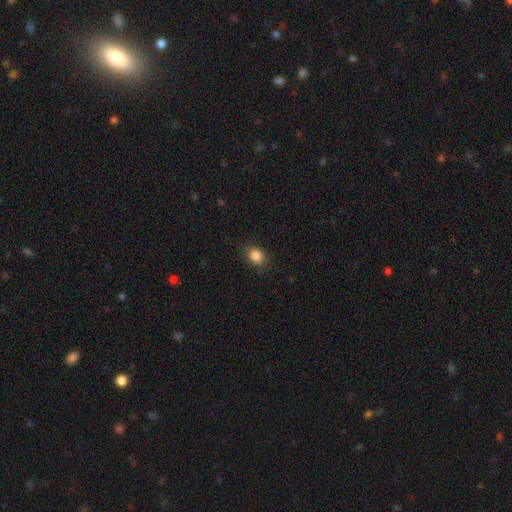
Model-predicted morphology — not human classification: Smooth or featured? smooth (85%)
How rounded? in between (51%)
Merging? none (83%)